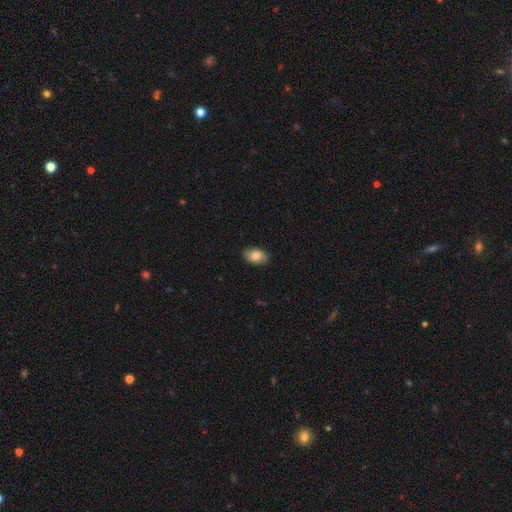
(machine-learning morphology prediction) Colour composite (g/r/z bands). It shows a smooth galaxy with no disk features (81%) that is in between round and cigar-shaped (90%). Merging: none (88%).